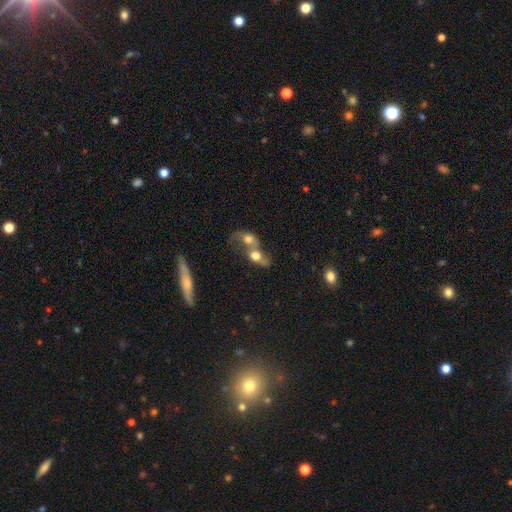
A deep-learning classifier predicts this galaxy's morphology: Smooth or featured? Predicted: smooth (p=0.62). How rounded? Predicted: in between (p=0.51). Merging? Predicted: merger (p=0.81).